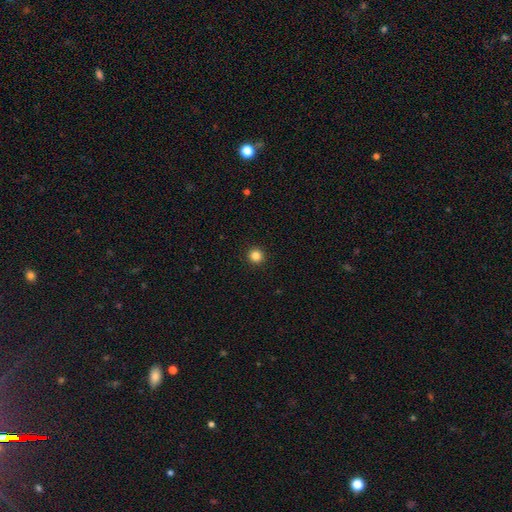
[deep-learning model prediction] Morphology: type=smooth (84%); roundness=round (95%); merging=none (93%).